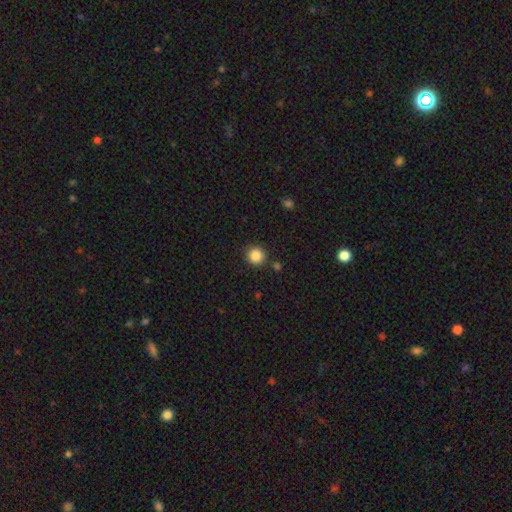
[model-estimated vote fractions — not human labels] smooth_or_featured: smooth (p=0.86) [alt: star or artifact p=0.11]
how_rounded: round (p=0.93) [alt: in between p=0.06]
merging: none (p=0.88) [alt: minor disturbance p=0.07]